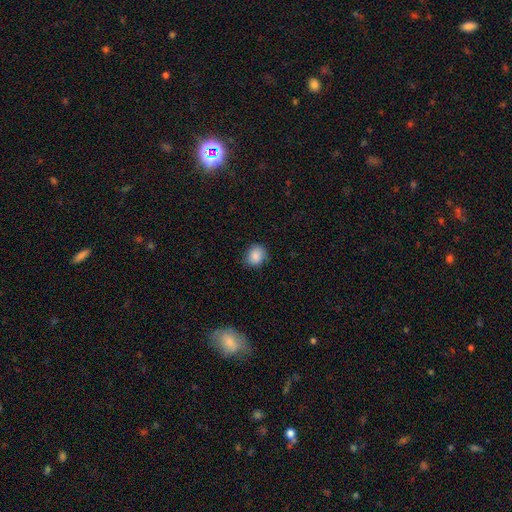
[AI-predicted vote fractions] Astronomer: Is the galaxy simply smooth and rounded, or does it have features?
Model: smooth — 87%.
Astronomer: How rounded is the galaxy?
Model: round — 67%.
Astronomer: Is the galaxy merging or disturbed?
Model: none — 81%.